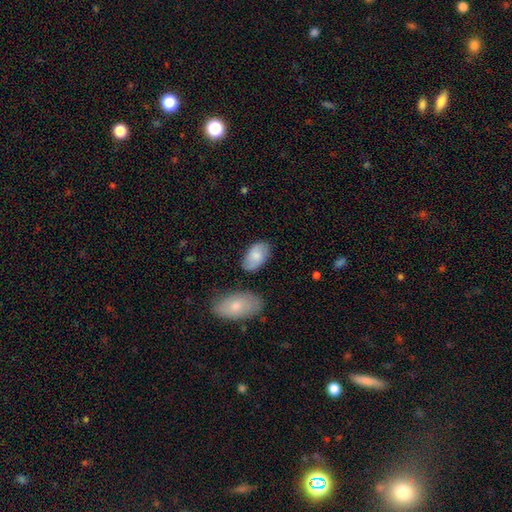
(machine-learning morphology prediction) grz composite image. It shows a smooth galaxy with no disk features (75%) that is in between round and cigar-shaped (94%). Merging: none (73%).